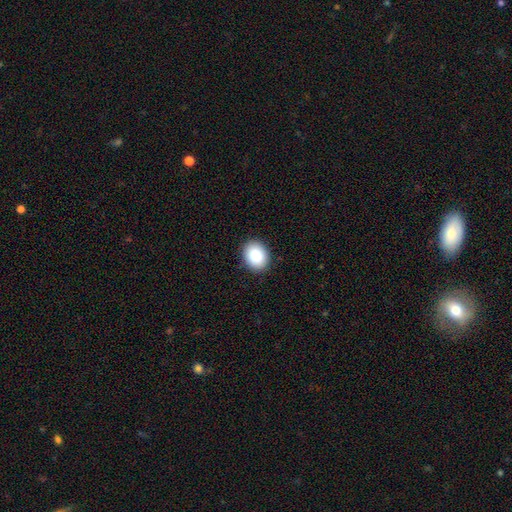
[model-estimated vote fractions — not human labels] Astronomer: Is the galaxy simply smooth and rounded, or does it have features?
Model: smooth — 84%.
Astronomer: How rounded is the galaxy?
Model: in between — 54% (runner-up: round, 45%).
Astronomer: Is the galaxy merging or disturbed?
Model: none — 91%.